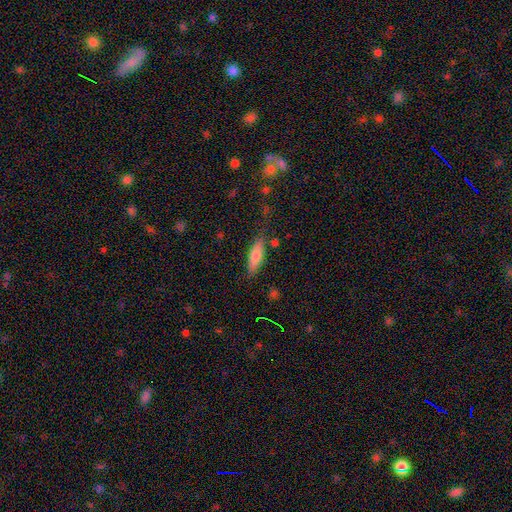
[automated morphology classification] Smooth or featured? smooth (72%)
How rounded? in between (50%)
Merging? none (75%)